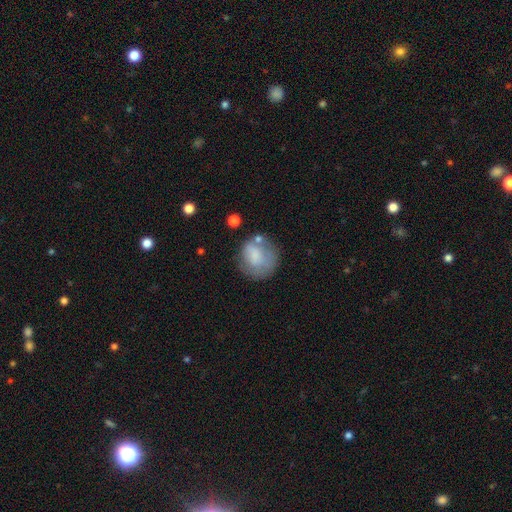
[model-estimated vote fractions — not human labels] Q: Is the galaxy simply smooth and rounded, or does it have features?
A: smooth — 66%.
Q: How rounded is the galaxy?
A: round — 76%.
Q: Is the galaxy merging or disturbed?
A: none — 53%.